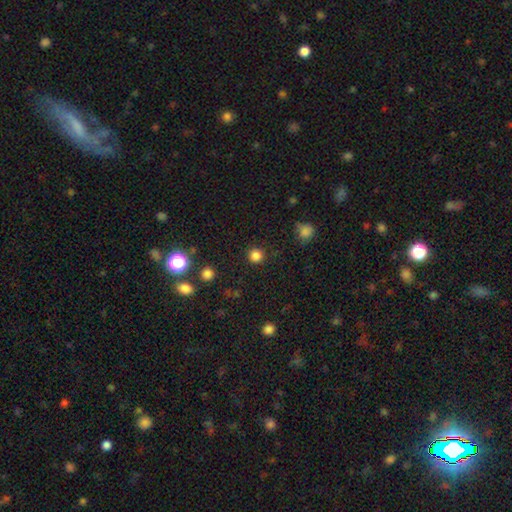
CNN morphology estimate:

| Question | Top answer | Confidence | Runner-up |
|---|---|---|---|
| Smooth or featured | smooth | 83% | star or artifact (14%) |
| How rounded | round | 94% | in between (5%) |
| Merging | none | 90% | minor disturbance (6%) |